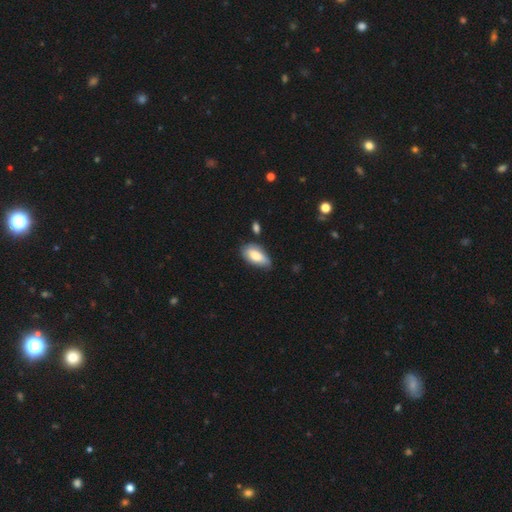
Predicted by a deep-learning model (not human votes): Overall: smooth (78%). How rounded: in between (92%). Merging: none (55%; minor disturbance 34%).